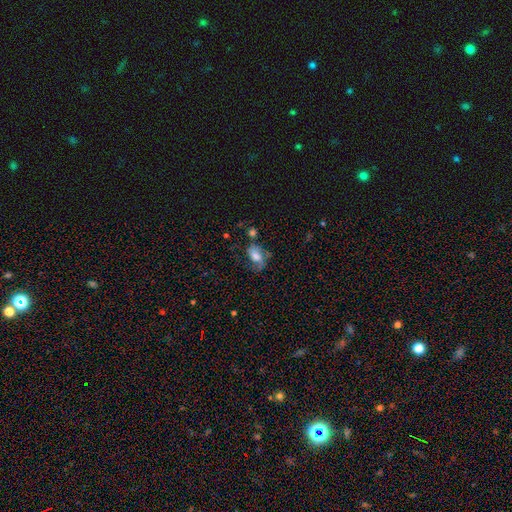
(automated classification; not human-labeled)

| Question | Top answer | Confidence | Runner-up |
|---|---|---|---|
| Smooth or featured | smooth | 63% | featured or disk (28%) |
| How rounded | in between | 86% | round (11%) |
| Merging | none | 37% | minor disturbance (28%) |